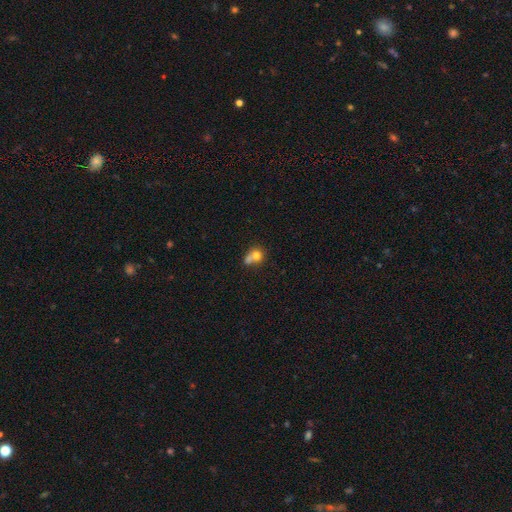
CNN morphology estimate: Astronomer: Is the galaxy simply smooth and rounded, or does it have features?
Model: smooth — 72%.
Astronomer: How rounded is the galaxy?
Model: round — 70%.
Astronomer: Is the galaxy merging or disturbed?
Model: merger — 52% (runner-up: none, 29%).